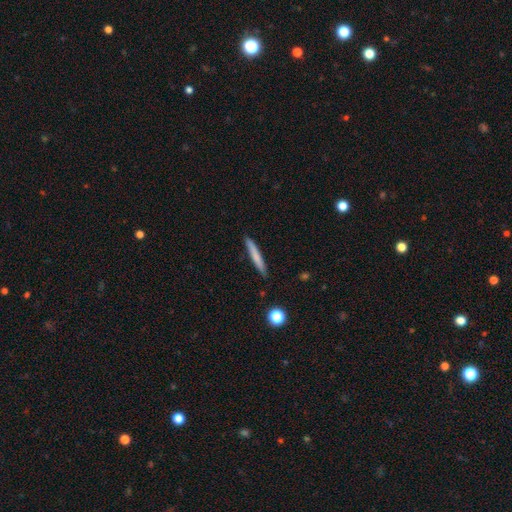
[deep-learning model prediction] Smooth or featured? Predicted: smooth (p=0.70). How rounded? Predicted: cigar-shaped (p=0.96). Merging? Predicted: none (p=0.89).